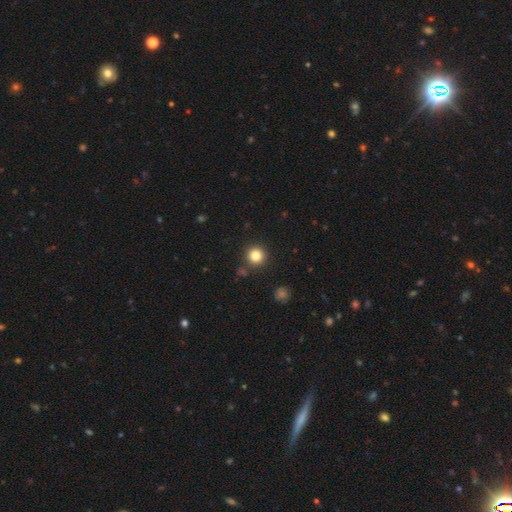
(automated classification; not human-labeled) This is clearly a smooth galaxy (82%). How rounded: clearly round (95%). Merging: clearly none (88%).